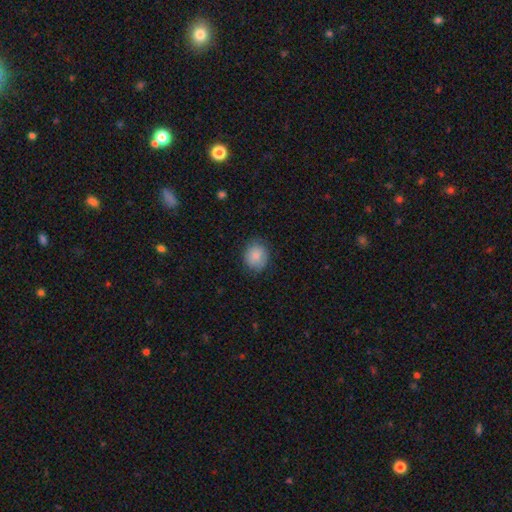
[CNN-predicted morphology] Smooth or featured? smooth (86%)
How rounded? round (67%)
Merging? none (80%)